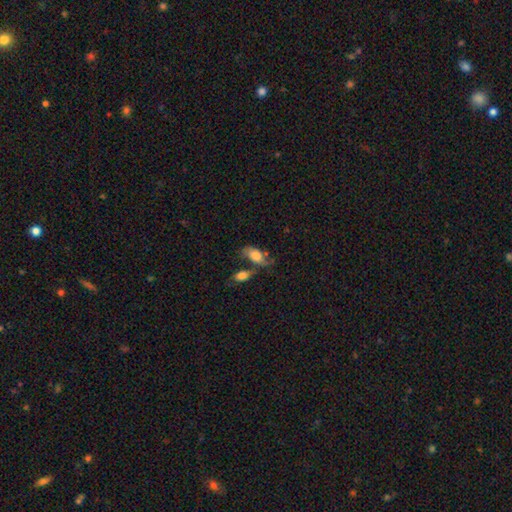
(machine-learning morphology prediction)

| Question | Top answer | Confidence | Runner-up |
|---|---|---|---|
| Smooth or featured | smooth | 63% | featured or disk (29%) |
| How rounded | in between | 89% | round (6%) |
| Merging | none | 35% | merger (28%) |